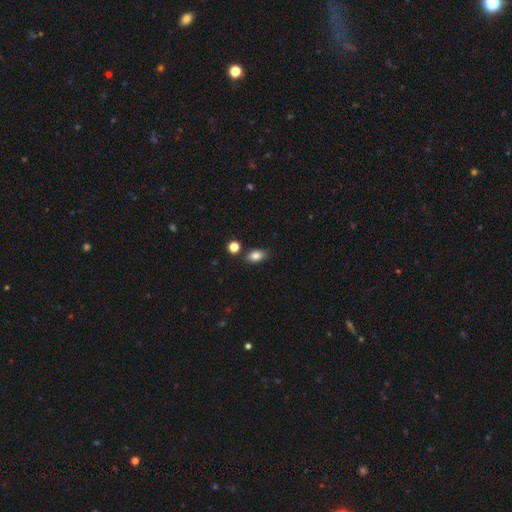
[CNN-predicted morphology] A smooth galaxy with no disk features (84%) that is in between round and cigar-shaped (86%).

Vote fractions:
- Smooth or featured? smooth: 84% / star or artifact: 9% / featured or disk: 7%
- How rounded? in between: 86% / round: 11% / cigar-shaped: 2%
- Merging? none: 80% / minor disturbance: 11% / merger: 6% / major disturbance: 3%